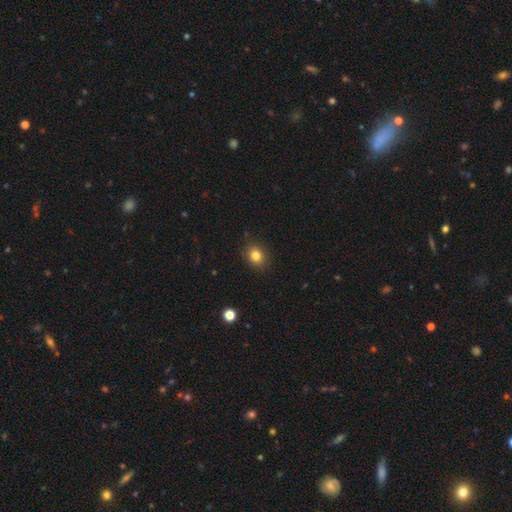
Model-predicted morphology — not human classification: Smooth or featured: smooth — 82% (star or artifact — 11%)
How rounded: round — 55% (in between — 44%)
Merging: none — 88% (minor disturbance — 9%)